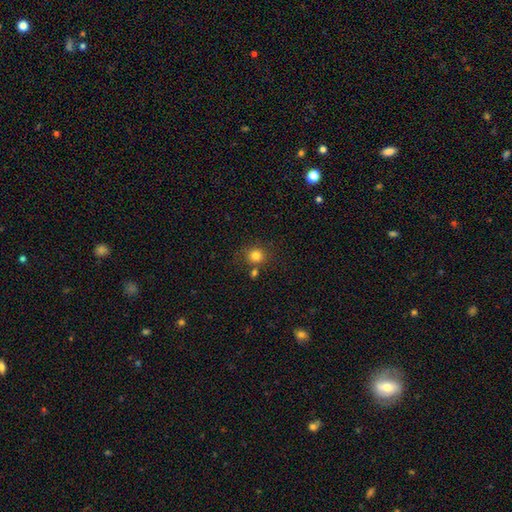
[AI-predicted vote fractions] Smooth or featured?
  - smooth: 81% *
  - star or artifact: 12%
  - featured or disk: 6%
How rounded?
  - round: 86% *
  - in between: 14%
  - cigar-shaped: 1%
Merging?
  - none: 74% *
  - merger: 12%
  - minor disturbance: 10%
  - major disturbance: 3%